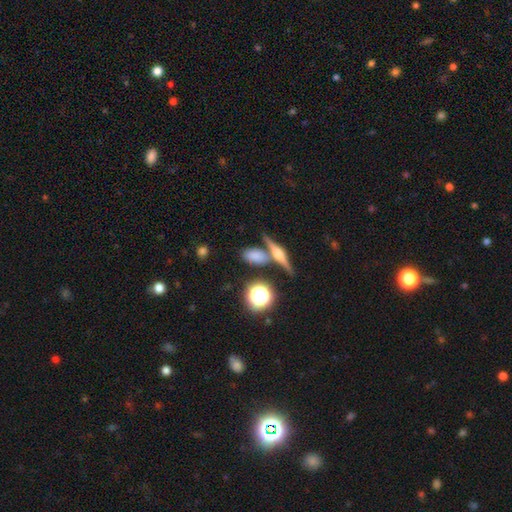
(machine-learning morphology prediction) This is possibly a smooth galaxy (57%). How rounded: likely in between (63%). Merging: likely none (65%).